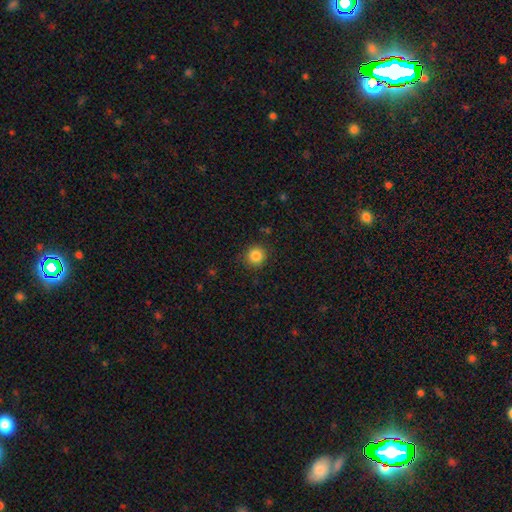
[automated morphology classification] This appears to be a smooth galaxy with no disk features (85%) that is round (93%). Merging: none (89%).